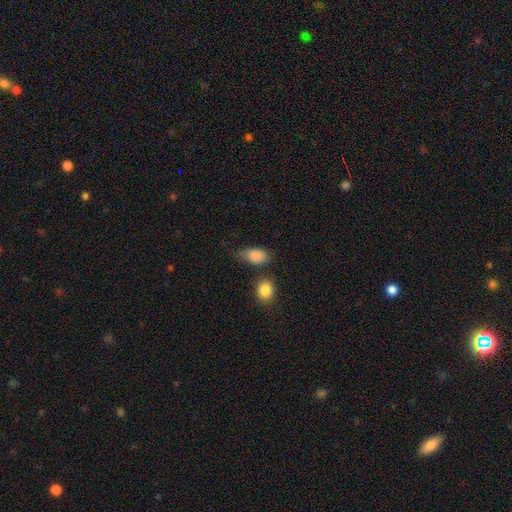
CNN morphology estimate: This appears to be a smooth galaxy with no disk features (87%) that is in between round and cigar-shaped (85%). Merging: none (50%).